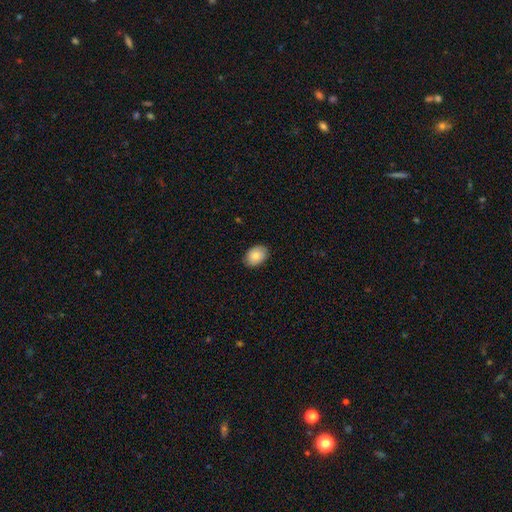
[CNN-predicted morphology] Overall: smooth (82%). How rounded: in between (80%). Merging: none (86%).